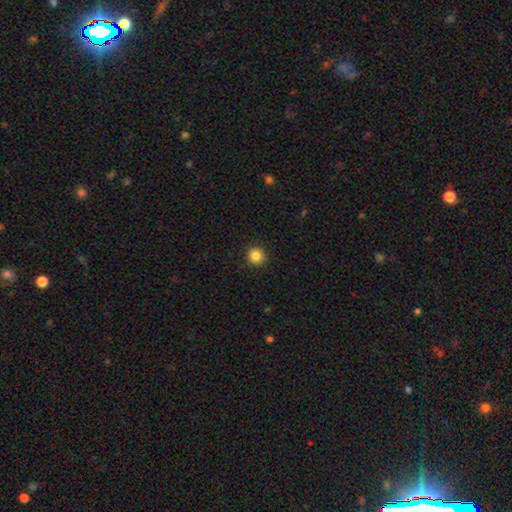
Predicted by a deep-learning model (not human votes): smooth 85%, star or artifact 11%, featured or disk 4%. Down the decision tree: how rounded — round (95%); merging — none (92%).